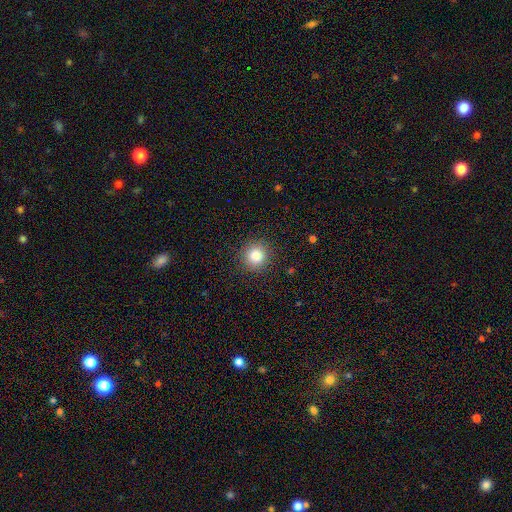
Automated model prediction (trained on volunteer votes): smooth_or_featured: smooth (p=0.83) [alt: star or artifact p=0.11]
how_rounded: round (p=0.92) [alt: in between p=0.07]
merging: none (p=0.90) [alt: minor disturbance p=0.07]